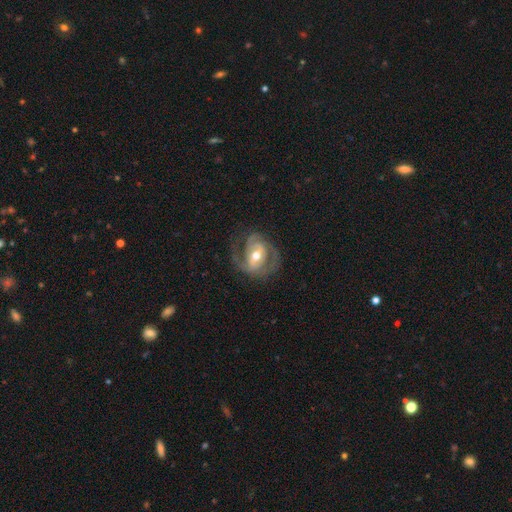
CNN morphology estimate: Smooth or featured?
  - featured or disk: 83% *
  - smooth: 11%
  - star or artifact: 5%
Edge-on disk?
  - no: 96% *
  - yes: 4%
Bar?
  - strong: 39% *
  - weak: 35%
  - no: 26%
Spiral arms?
  - yes: 86% *
  - no: 14%
Spiral winding?
  - medium: 46% *
  - tight: 36%
  - loose: 19%
Spiral arm count?
  - 2: 74% *
  - can't tell: 11%
  - 3: 6%
  - 1: 6%
  - 4: 2%
  - more than 4: 2%
Bulge size?
  - moderate: 69% *
  - small: 24%
  - large: 5%
  - dominant: 1%
  - none: 1%
Merging?
  - none: 64% *
  - minor disturbance: 17%
  - major disturbance: 17%
  - merger: 1%